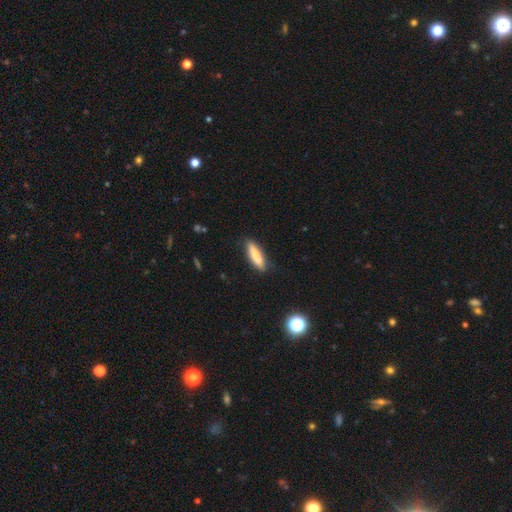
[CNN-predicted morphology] This appears to be a smooth galaxy with no disk features (81%) that is cigar-shaped (75%). Merging: none (84%).